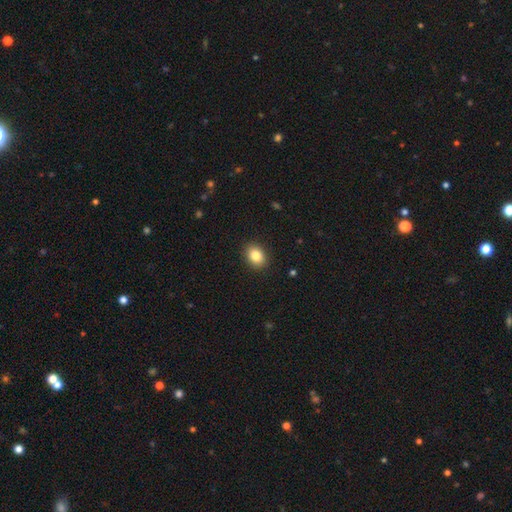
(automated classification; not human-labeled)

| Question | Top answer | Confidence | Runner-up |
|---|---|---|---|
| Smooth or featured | smooth | 84% | star or artifact (10%) |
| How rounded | in between | 50% | round (49%) |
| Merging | none | 90% | minor disturbance (7%) |